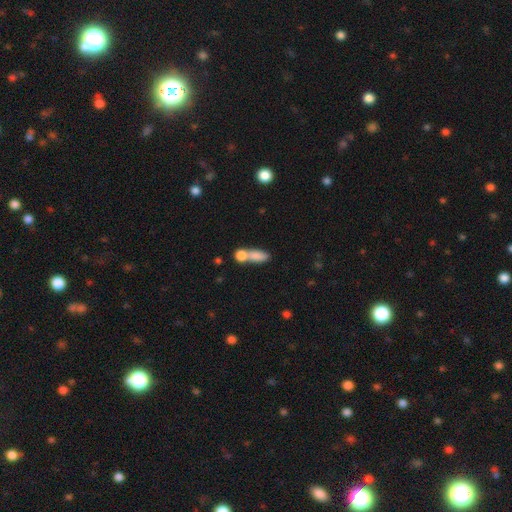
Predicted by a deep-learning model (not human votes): Smooth or featured?
  - smooth: 79% *
  - featured or disk: 12%
  - star or artifact: 9%
How rounded?
  - in between: 63% *
  - cigar-shaped: 25%
  - round: 12%
Merging?
  - merger: 53% *
  - none: 31%
  - minor disturbance: 10%
  - major disturbance: 6%